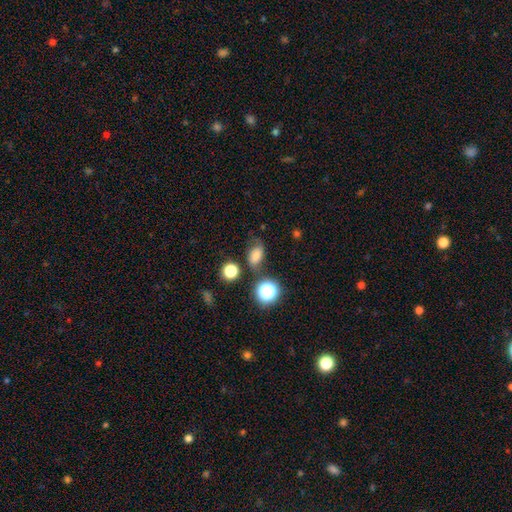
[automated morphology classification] type=smooth (65%); roundness=in between (75%); merging=none (56%).